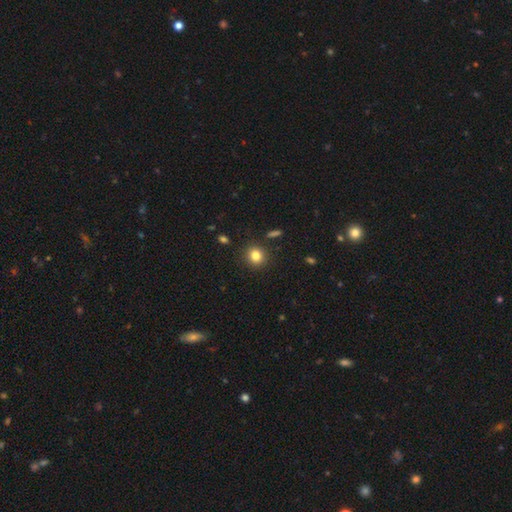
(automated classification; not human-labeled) Q: Smooth or featured?
A: smooth (82%); runner-up: star or artifact (11%)
Q: How rounded?
A: round (81%); runner-up: in between (18%)
Q: Merging?
A: none (89%); runner-up: minor disturbance (7%)